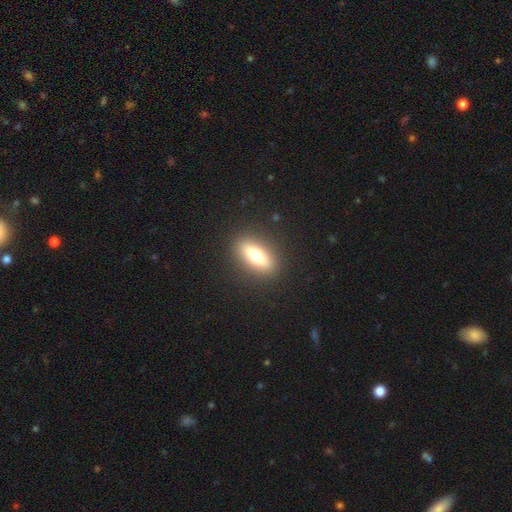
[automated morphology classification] This is likely a smooth galaxy (64%). How rounded: likely in between (66%). Merging: clearly none (89%).